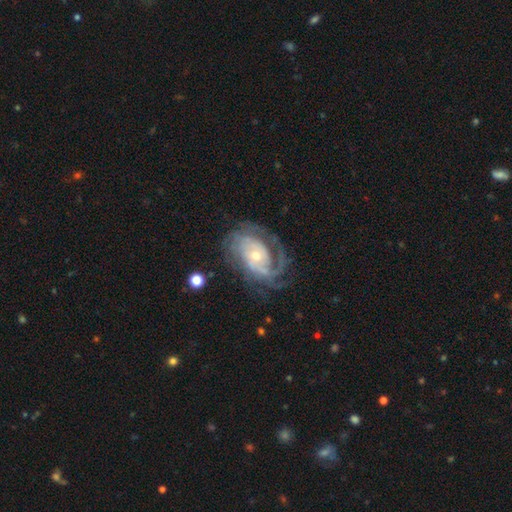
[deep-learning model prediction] This is clearly a featured or disk galaxy (86%). It is clearly not viewed edge-on (96%). Bar: likely no (68%). Spiral arm pattern: clearly yes (95%). Spiral arm count: marginally can't tell (31%). Spiral winding: possibly tight (53%). Central bulge: possibly small (51%). Merging: likely none (62%).